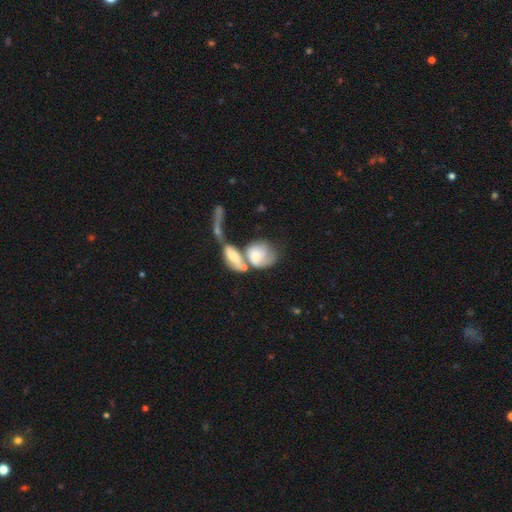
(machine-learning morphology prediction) The model was most divided on "smooth or featured" (2-way tie): featured or disk: 46%, smooth: 46%, star or artifact: 8%. More confident: merging — merger (67%).